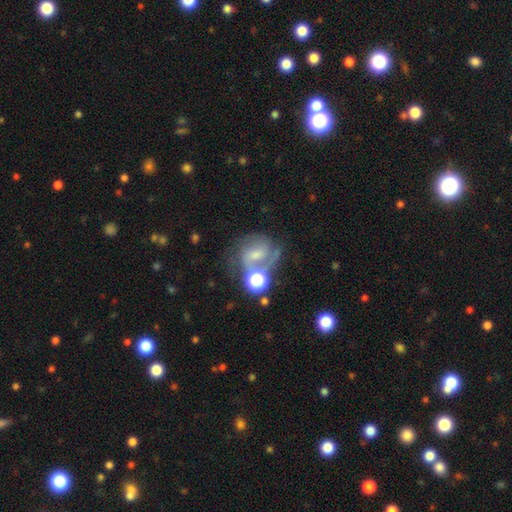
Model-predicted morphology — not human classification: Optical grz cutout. It shows a featured or disk galaxy (63%) with a weak bar (48%), 2 (66%) medium (50%) spiral arms (86%) and a small central bulge (40%). Merging: none (42%).